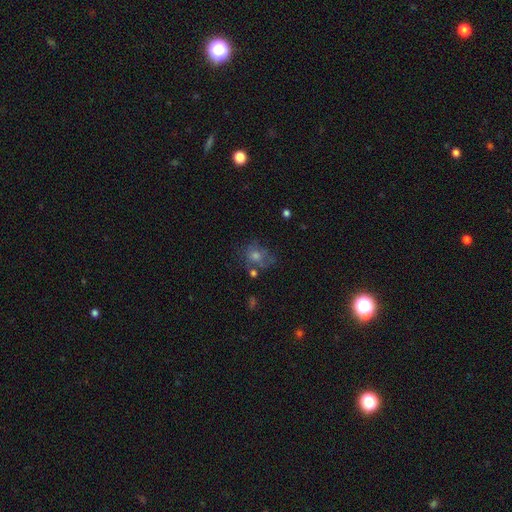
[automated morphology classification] Smooth or featured?
  - smooth: 48% *
  - featured or disk: 29%
  - star or artifact: 24%
Merging?
  - none: 58% *
  - minor disturbance: 21%
  - major disturbance: 13%
  - merger: 8%